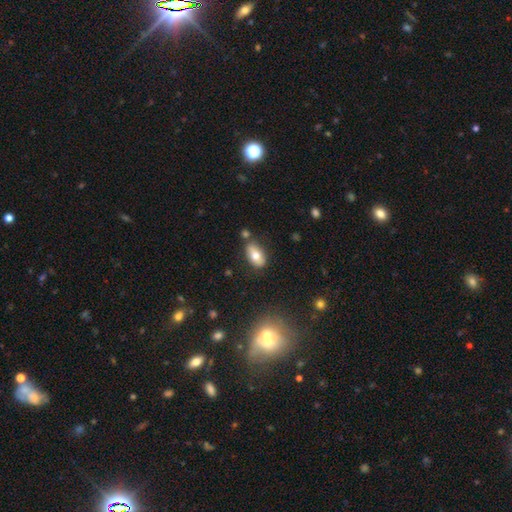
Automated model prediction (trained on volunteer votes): This appears to be a smooth galaxy with no disk features (72%) that is in between round and cigar-shaped (91%). Merging: none (75%).